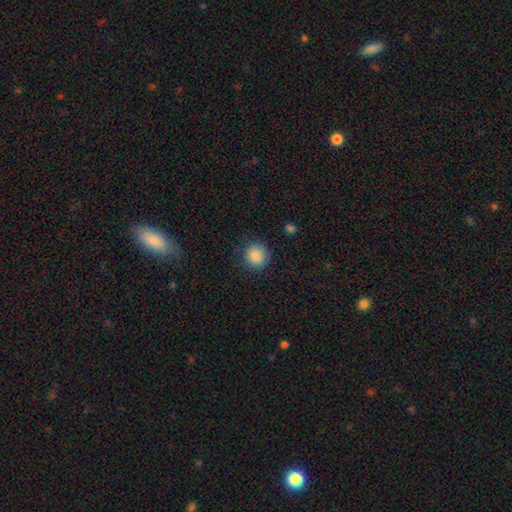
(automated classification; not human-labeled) Smooth or featured: smooth — 88% (star or artifact — 9%)
How rounded: round — 87% (in between — 12%)
Merging: none — 84% (minor disturbance — 11%)